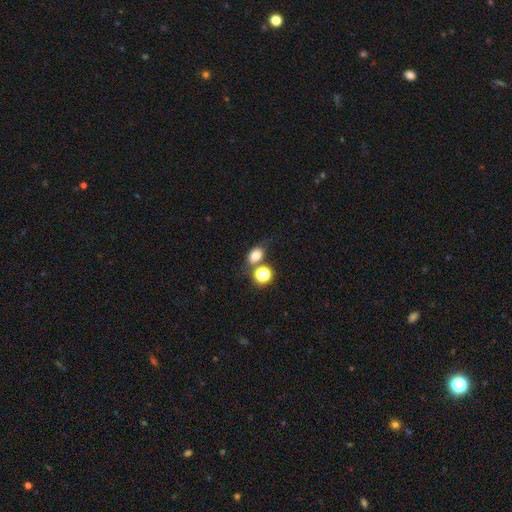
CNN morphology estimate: This is likely a smooth galaxy (76%). How rounded: likely in between (62%). Merging: possibly none (56%).